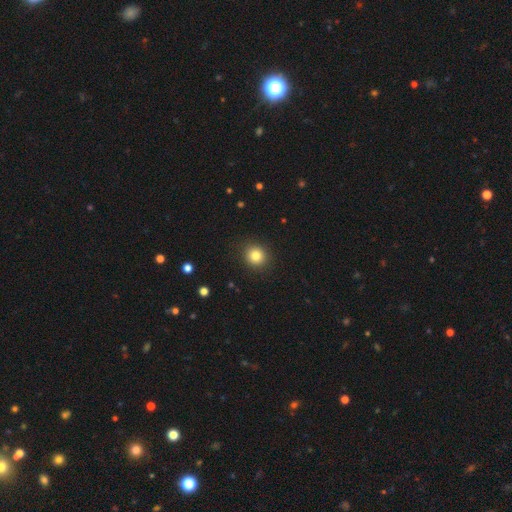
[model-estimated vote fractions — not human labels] Overall: smooth (83%). How rounded: round (89%). Merging: none (90%).